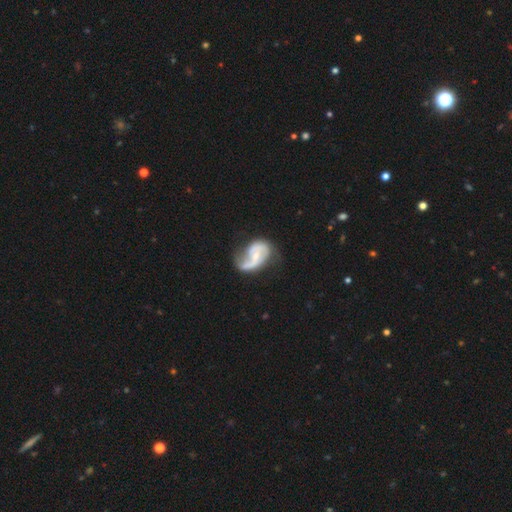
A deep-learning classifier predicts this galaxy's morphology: Overall: featured or disk (84%). Edge-on disk: no (98%). Bar: no (46%; weak 40%). Spiral arms: yes (94%). Spiral arm count: 2 (78%). Spiral winding: loose (44%; medium 42%). Bulge size: small (53%; moderate 41%). Merging: none (49%; minor disturbance 28%).